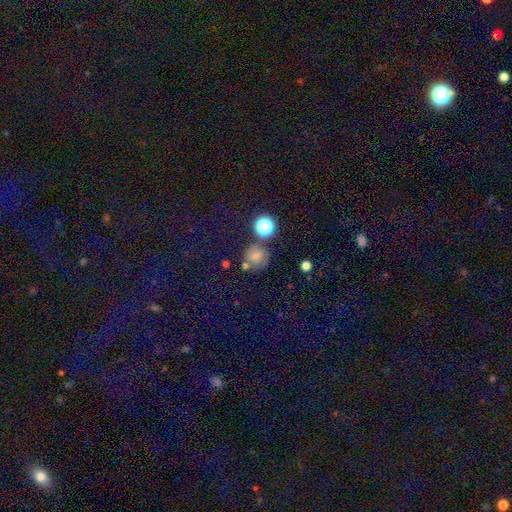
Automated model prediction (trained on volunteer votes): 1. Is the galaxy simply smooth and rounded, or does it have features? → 59% smooth, 23% star or artifact, 17% featured or disk.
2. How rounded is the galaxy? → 80% round, 19% in between, 1% cigar-shaped.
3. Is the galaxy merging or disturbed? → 59% none, 20% minor disturbance, 10% merger, 10% major disturbance.